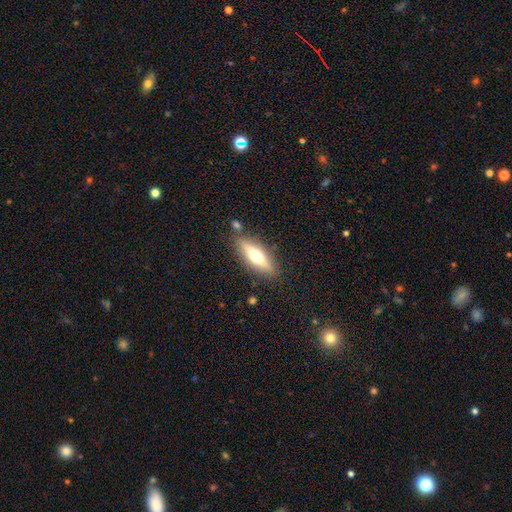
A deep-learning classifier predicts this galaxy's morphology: The model was most divided on "smooth or featured": smooth: 48%, featured or disk: 45%, star or artifact: 7%. More confident: merging — none (82%).